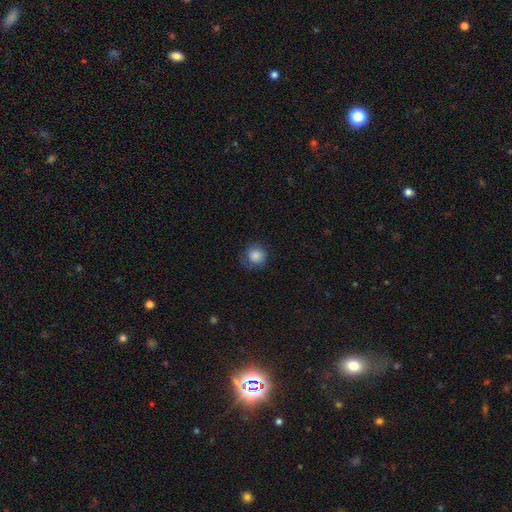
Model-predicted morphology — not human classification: type=smooth (83%); roundness=round (90%); merging=none (70%).